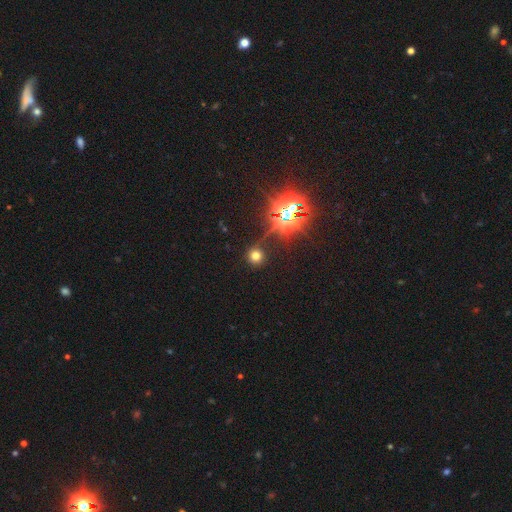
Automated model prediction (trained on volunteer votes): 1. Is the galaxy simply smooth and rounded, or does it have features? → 61% smooth, 30% star or artifact, 8% featured or disk.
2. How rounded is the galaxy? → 92% round, 6% in between, 1% cigar-shaped.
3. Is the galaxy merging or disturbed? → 81% none, 10% minor disturbance, 5% major disturbance, 4% merger.